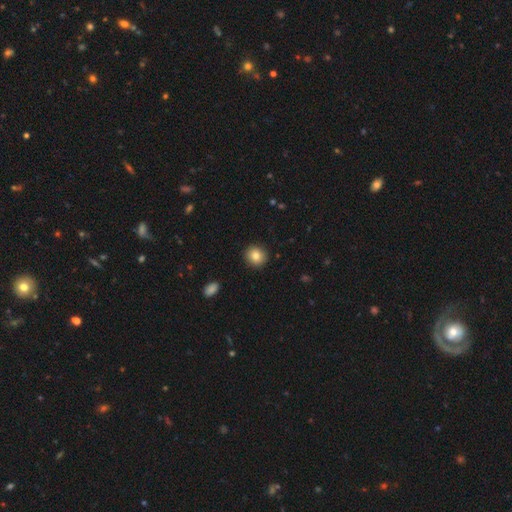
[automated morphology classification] The model was most divided on "smooth or featured": smooth: 82%, star or artifact: 9%, featured or disk: 9%. More confident: merging — none (92%); how rounded — round (88%).